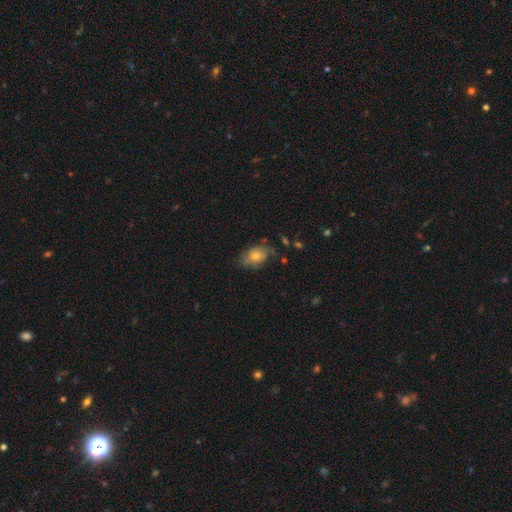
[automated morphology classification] Overall: smooth (49%; featured or disk 40%). Merging: none (60%; minor disturbance 26%).